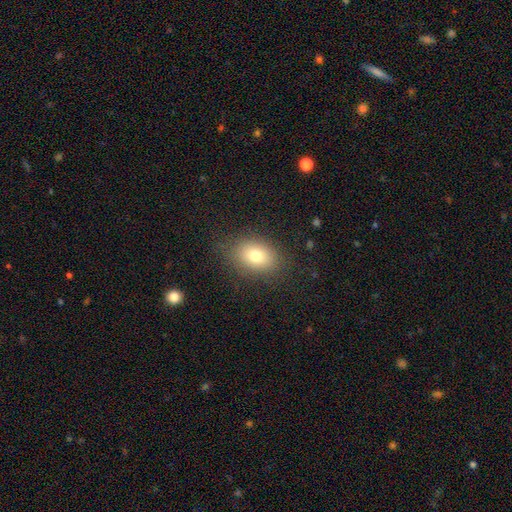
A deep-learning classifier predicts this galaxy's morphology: Smooth or featured? smooth (77%)
How rounded? in between (73%)
Merging? none (82%)